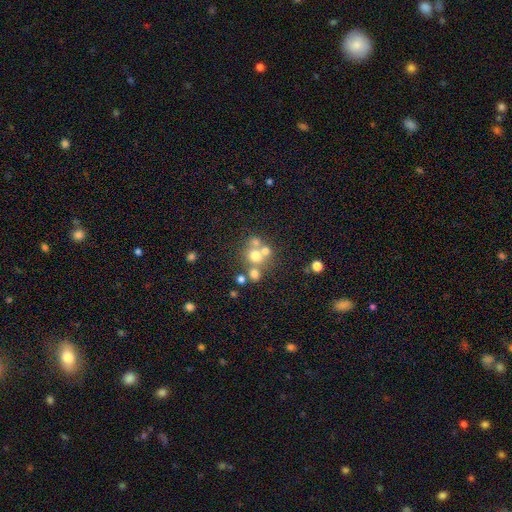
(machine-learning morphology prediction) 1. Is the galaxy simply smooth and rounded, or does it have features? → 60% smooth, 23% featured or disk, 18% star or artifact.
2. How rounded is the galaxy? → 83% round, 16% in between, 1% cigar-shaped.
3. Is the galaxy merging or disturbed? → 45% none, 42% merger, 8% minor disturbance, 5% major disturbance.